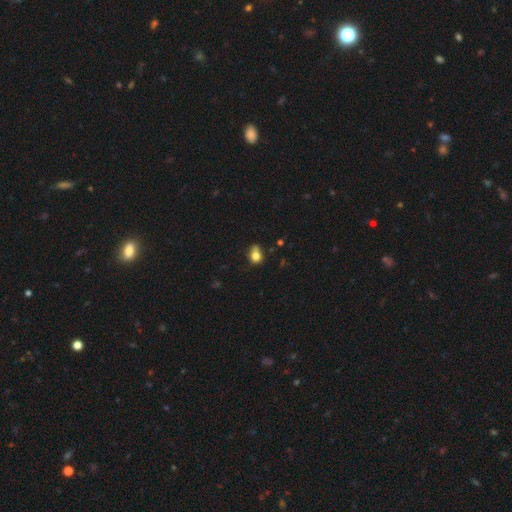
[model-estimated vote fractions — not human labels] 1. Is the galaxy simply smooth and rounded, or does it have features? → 78% smooth, 11% featured or disk, 11% star or artifact.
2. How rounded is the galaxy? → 52% in between, 46% round, 2% cigar-shaped.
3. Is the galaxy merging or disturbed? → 49% none, 36% minor disturbance, 10% major disturbance, 5% merger.